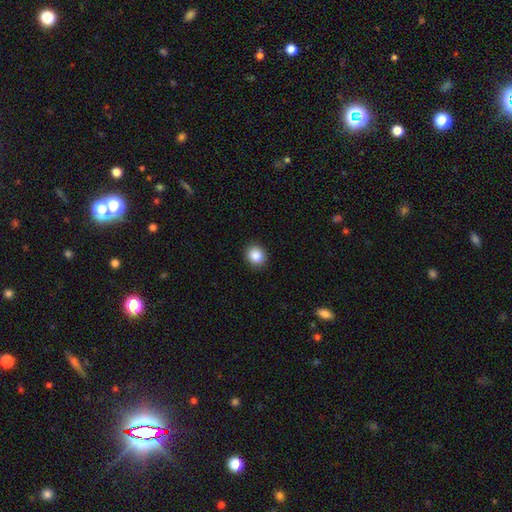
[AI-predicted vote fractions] Overall: smooth (87%). How rounded: round (73%). Merging: none (91%).